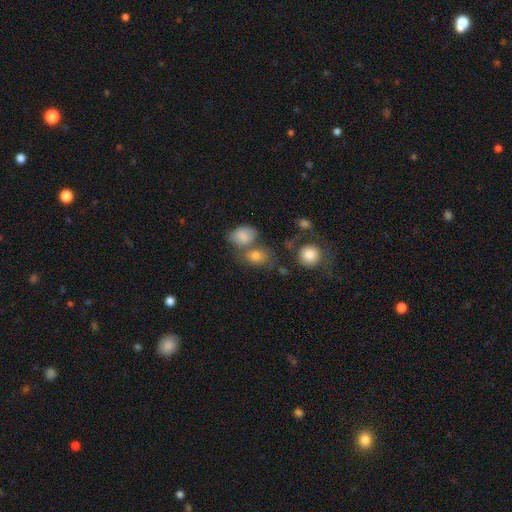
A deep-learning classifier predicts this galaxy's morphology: Overall: smooth (79%). How rounded: in between (63%; round 36%). Merging: none (44%; merger 34%).